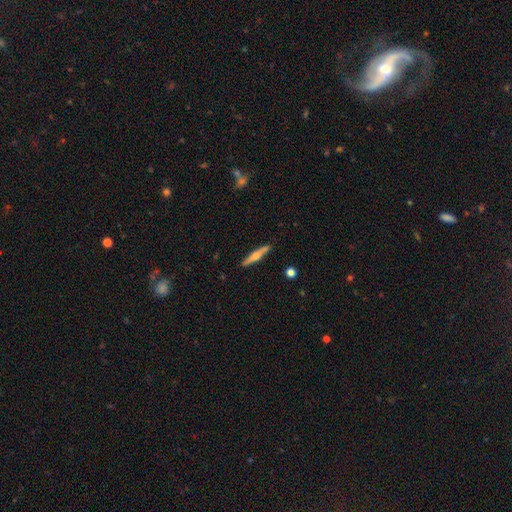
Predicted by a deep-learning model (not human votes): Morphology: type=featured or disk (57%); edge-on=yes (96%); edge-on bulge=rounded (87%); merging=none (89%).